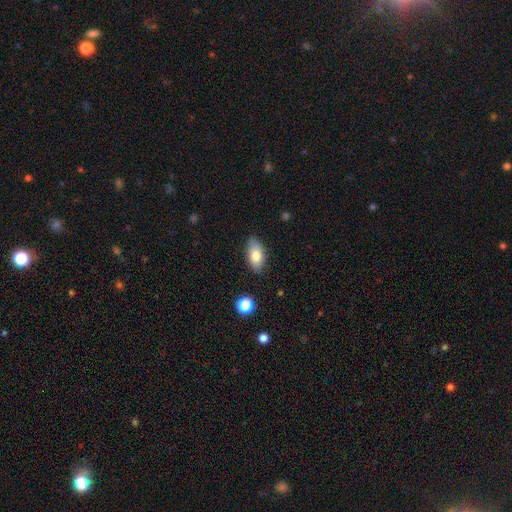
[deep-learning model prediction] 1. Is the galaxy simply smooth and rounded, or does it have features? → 78% smooth, 14% featured or disk, 8% star or artifact.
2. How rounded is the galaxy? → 90% in between, 5% round, 5% cigar-shaped.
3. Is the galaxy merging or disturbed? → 83% none, 13% minor disturbance, 2% major disturbance, 1% merger.